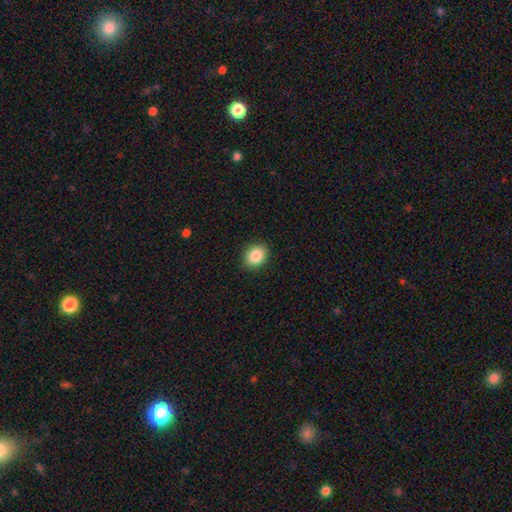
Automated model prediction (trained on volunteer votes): Smooth or featured? smooth (87%)
How rounded? in between (53%)
Merging? none (90%)